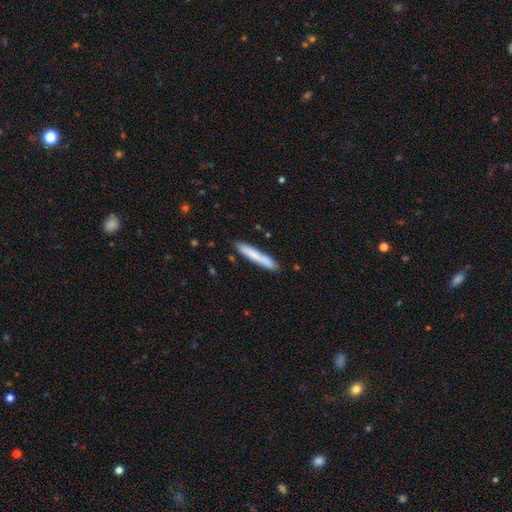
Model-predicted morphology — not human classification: Overall: smooth (76%). How rounded: cigar-shaped (94%). Merging: none (85%).